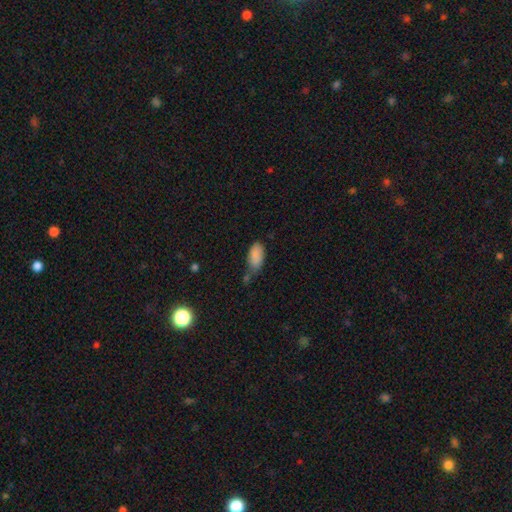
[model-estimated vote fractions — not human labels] A smooth galaxy with no disk features (86%) that is in between round and cigar-shaped (93%).

Vote fractions:
- Smooth or featured? smooth: 86% / star or artifact: 8% / featured or disk: 6%
- How rounded? in between: 93% / cigar-shaped: 4% / round: 3%
- Merging? none: 49% / minor disturbance: 31% / merger: 12% / major disturbance: 8%